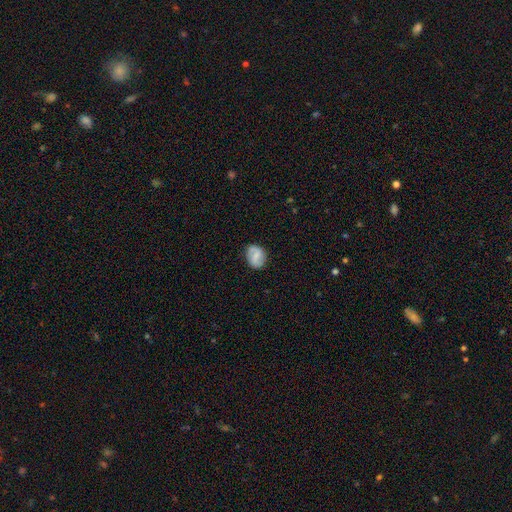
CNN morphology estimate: smooth_or_featured: smooth (p=0.49) [alt: featured or disk p=0.43]
merging: none (p=0.81) [alt: minor disturbance p=0.14]